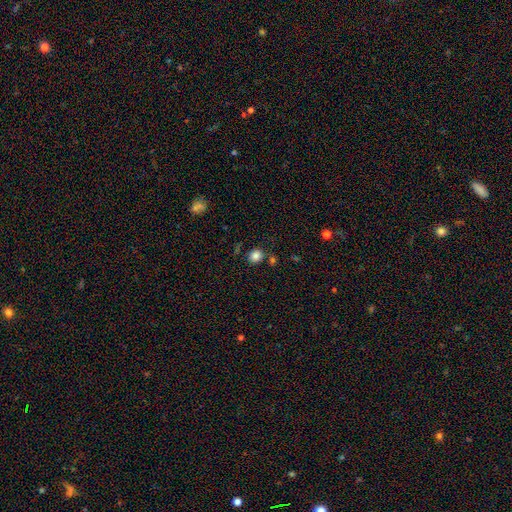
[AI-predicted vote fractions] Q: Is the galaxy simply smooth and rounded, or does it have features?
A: smooth — 83%.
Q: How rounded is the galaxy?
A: round — 80%.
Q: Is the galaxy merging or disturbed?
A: none — 80%.